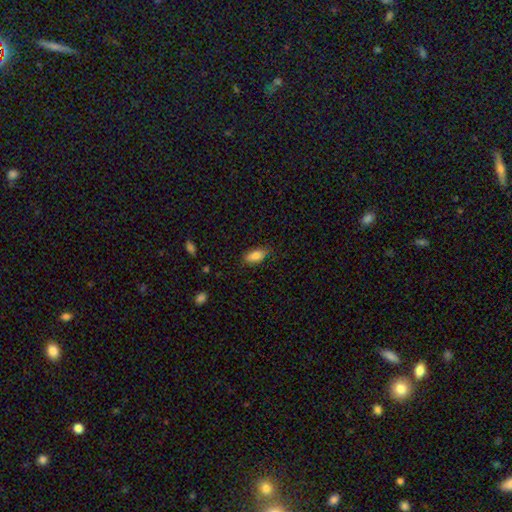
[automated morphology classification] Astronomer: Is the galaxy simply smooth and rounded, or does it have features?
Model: smooth — 85%.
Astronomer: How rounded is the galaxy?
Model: in between — 87%.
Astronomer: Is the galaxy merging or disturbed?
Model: none — 83%.